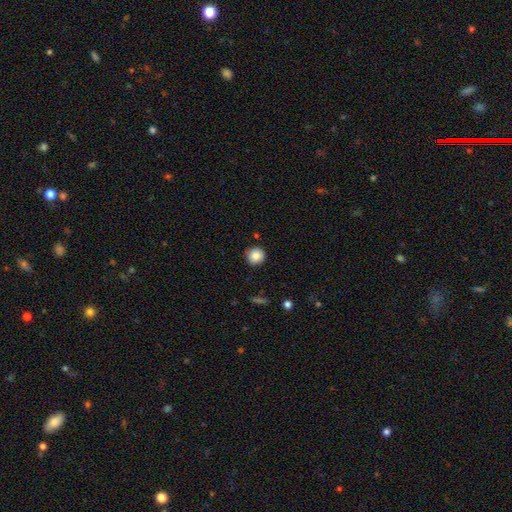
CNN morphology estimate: smooth 85%, star or artifact 9%, featured or disk 6%. Down the decision tree: how rounded — round (94%); merging — none (90%).